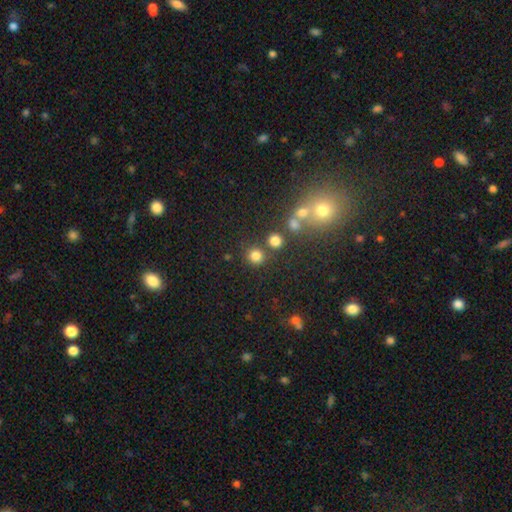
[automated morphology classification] Smooth or featured: smooth — 78% (star or artifact — 16%)
How rounded: round — 91% (in between — 8%)
Merging: none — 76% (merger — 12%)